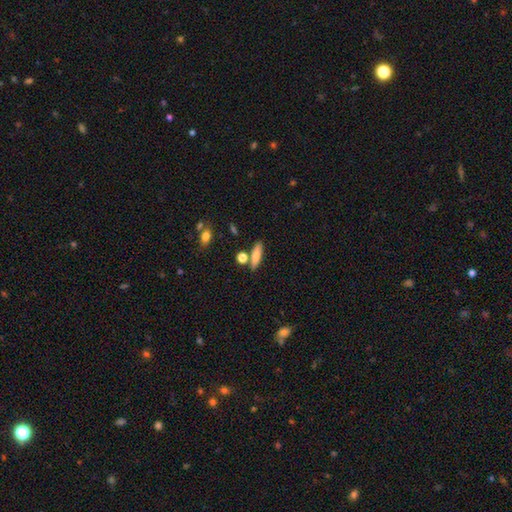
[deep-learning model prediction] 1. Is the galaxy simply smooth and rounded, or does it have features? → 73% smooth, 19% featured or disk, 8% star or artifact.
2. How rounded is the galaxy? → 58% cigar-shaped, 38% in between, 4% round.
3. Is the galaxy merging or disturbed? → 73% none, 12% merger, 12% minor disturbance, 3% major disturbance.